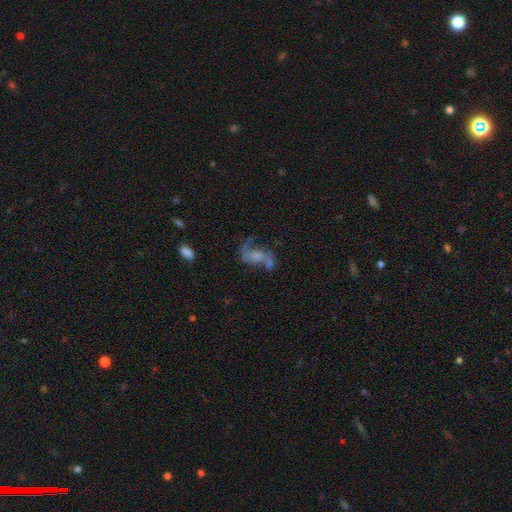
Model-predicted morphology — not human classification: The model was most divided on "bulge size" (2-way tie): small: 32%, none: 32%, moderate: 26%, large: 7%, dominant: 2%. Remaining: edge-on disk — no (97%); spiral arms — yes (86%); spiral arm count — 2 (85%); spiral winding — loose (75%); smooth or featured — featured or disk (73%); bar — no (55%); merging — none (40%).